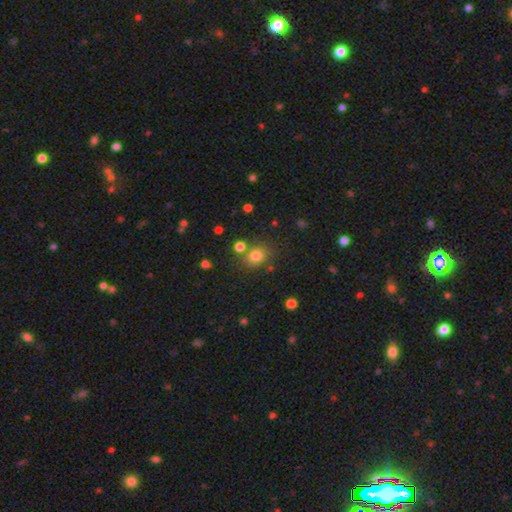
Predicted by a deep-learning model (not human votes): Smooth or featured: smooth — 76% (star or artifact — 16%)
How rounded: round — 68% (in between — 31%)
Merging: none — 74% (minor disturbance — 11%)